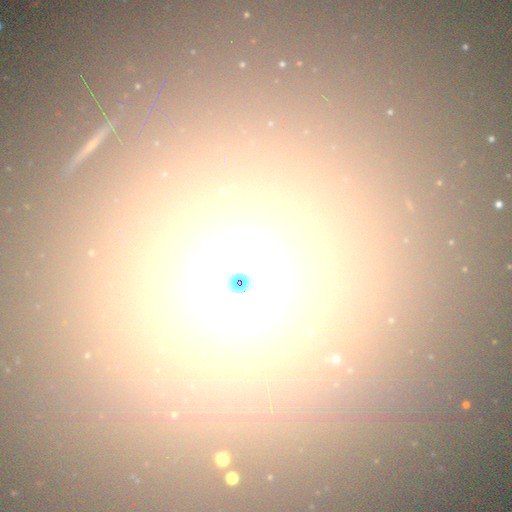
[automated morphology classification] smooth 48%, star or artifact 32%, featured or disk 20%. Down the decision tree: merging — none (85%).